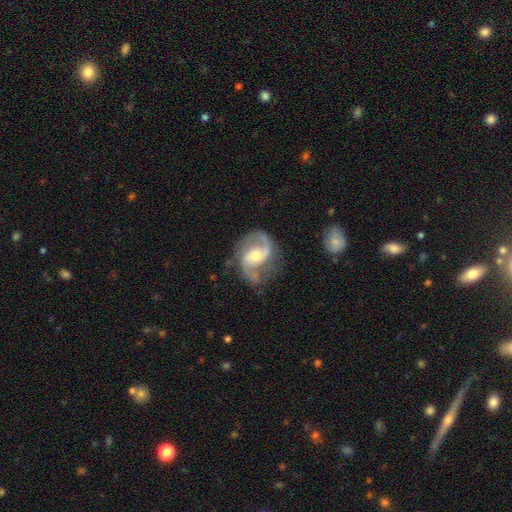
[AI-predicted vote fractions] featured or disk 88%, smooth 7%, star or artifact 5%. Down the decision tree: edge-on disk — no (98%); bar — no (45%); spiral arms — yes (97%); spiral arm count — 2 (90%); spiral winding — medium (52%); bulge size — moderate (60%); merging — none (68%).